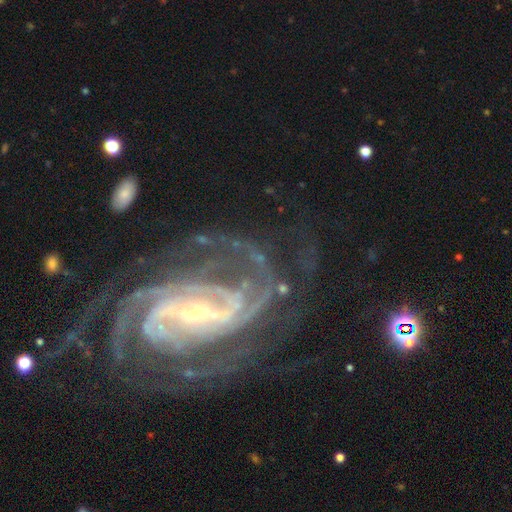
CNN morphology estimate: featured or disk 90%, star or artifact 6%, smooth 3%. Down the decision tree: edge-on disk — no (97%); bar — strong (55%); spiral arms — yes (97%); spiral arm count — 2 (38%); spiral winding — medium (45%); bulge size — small (81%); merging — none (62%).